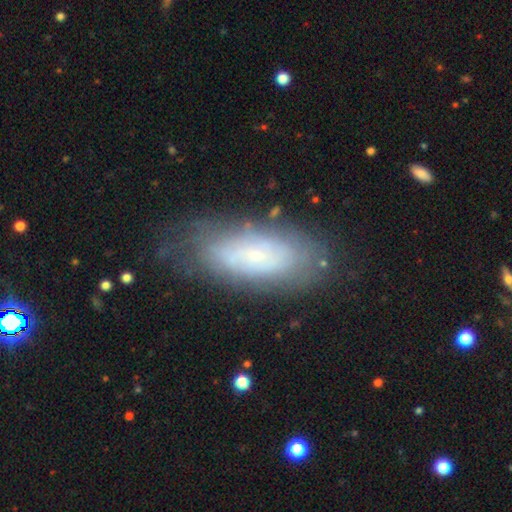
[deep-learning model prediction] Q: Smooth or featured?
A: featured or disk (52%); runner-up: smooth (39%)
Q: Edge-on disk?
A: no (85%); runner-up: yes (15%)
Q: Merging?
A: none (71%); runner-up: minor disturbance (20%)